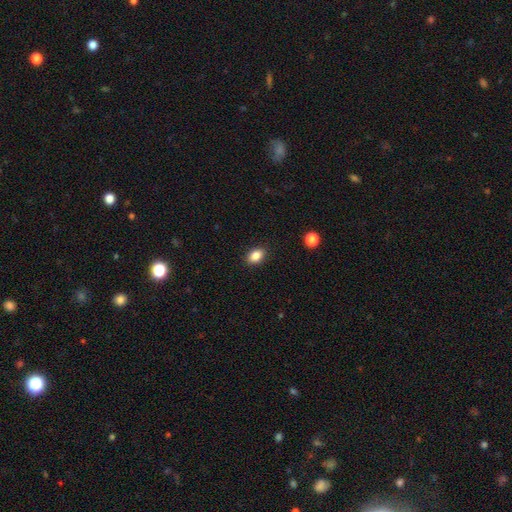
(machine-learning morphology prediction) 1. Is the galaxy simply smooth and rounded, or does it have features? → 86% smooth, 9% star or artifact, 5% featured or disk.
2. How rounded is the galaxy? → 82% in between, 16% round, 2% cigar-shaped.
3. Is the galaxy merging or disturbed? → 89% none, 8% minor disturbance, 2% major disturbance, 1% merger.